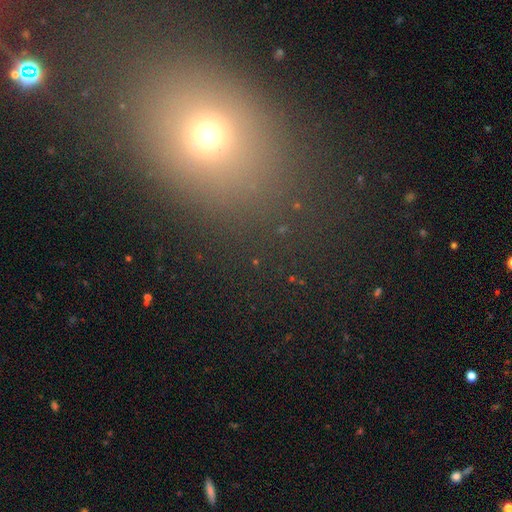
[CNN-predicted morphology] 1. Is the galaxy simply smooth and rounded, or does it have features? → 58% smooth, 31% star or artifact, 12% featured or disk.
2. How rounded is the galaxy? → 49% in between (tied), 49% round (tied), 2% cigar-shaped.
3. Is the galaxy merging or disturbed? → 81% none, 9% minor disturbance, 5% major disturbance, 5% merger.